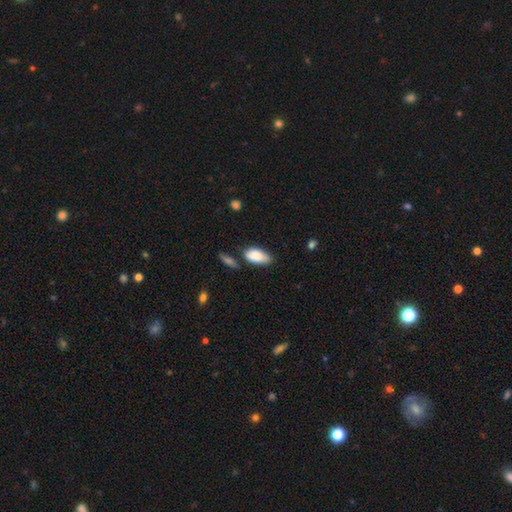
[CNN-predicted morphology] Q: Smooth or featured?
A: smooth (86%); runner-up: featured or disk (8%)
Q: How rounded?
A: in between (92%); runner-up: cigar-shaped (6%)
Q: Merging?
A: none (63%); runner-up: minor disturbance (24%)